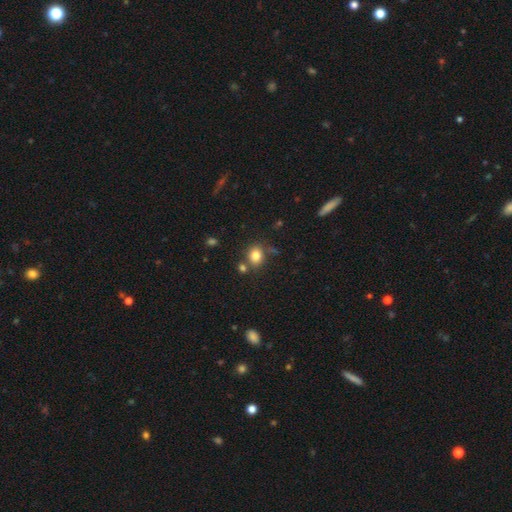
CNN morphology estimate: This is clearly a smooth galaxy (81%). How rounded: likely round (64%). Merging: likely none (71%).